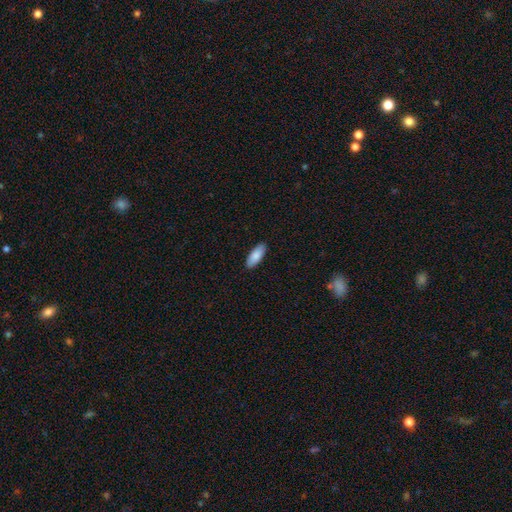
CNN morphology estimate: The model was most divided on "how rounded": in between: 76%, cigar-shaped: 22%, round: 2%. More confident: merging — none (90%); smooth or featured — smooth (87%).